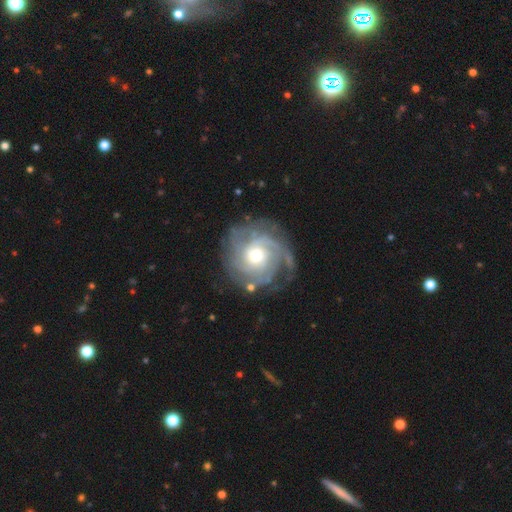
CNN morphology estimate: A featured or disk galaxy (88%) with no bar (73%), tight (66%) spiral arms (97%) and a moderate central bulge (64%).

Vote fractions:
- Smooth or featured? featured or disk: 88% / smooth: 7% / star or artifact: 5%
- Edge-on disk? no: 98% / yes: 2%
- Bar? no: 73% / weak: 22% / strong: 5%
- Spiral arms? yes: 97% / no: 3%
- Spiral winding? tight: 66% / medium: 27% / loose: 7%
- Spiral arm count? can't tell: 27% / 3: 26% / 4: 17% / 2: 15% / more than 4: 9% / 1: 7%
- Bulge size? moderate: 64% / small: 26% / large: 9% / dominant: 1% / none: 1%
- Merging? none: 72% / minor disturbance: 16% / major disturbance: 10% / merger: 2%